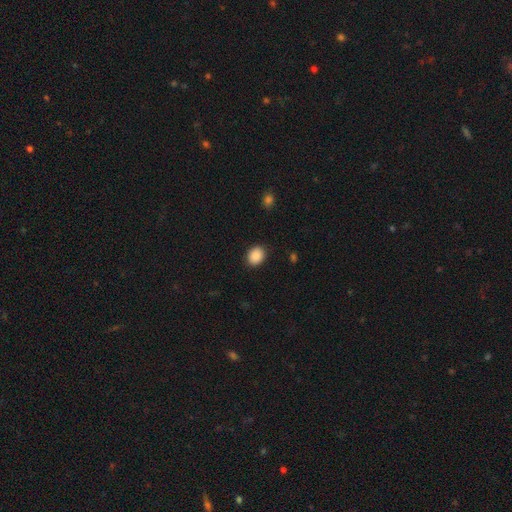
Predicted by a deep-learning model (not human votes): A smooth galaxy with no disk features (89%) that is round (54%).

Vote fractions:
- Smooth or featured? smooth: 89% / star or artifact: 8% / featured or disk: 3%
- How rounded? round: 54% / in between: 45% / cigar-shaped: 1%
- Merging? none: 89% / minor disturbance: 8% / major disturbance: 2% / merger: 1%